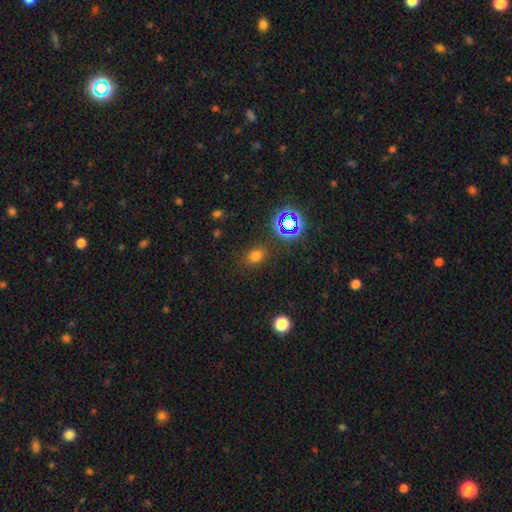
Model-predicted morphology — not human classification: Smooth or featured: smooth — 69% (star or artifact — 24%)
How rounded: in between — 60% (round — 38%)
Merging: none — 83% (minor disturbance — 11%)